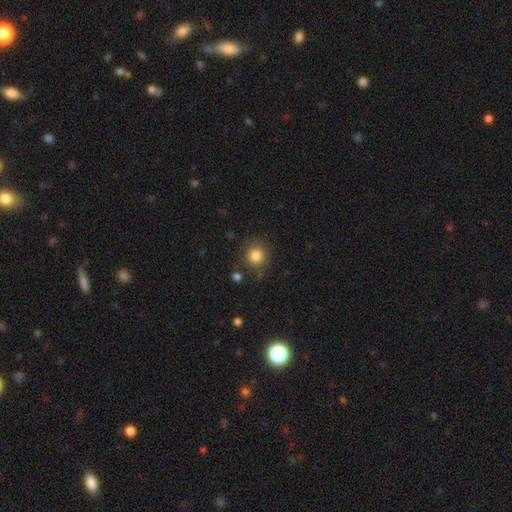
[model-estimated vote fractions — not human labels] smooth 83%, star or artifact 11%, featured or disk 6%. Down the decision tree: how rounded — round (91%); merging — none (81%).